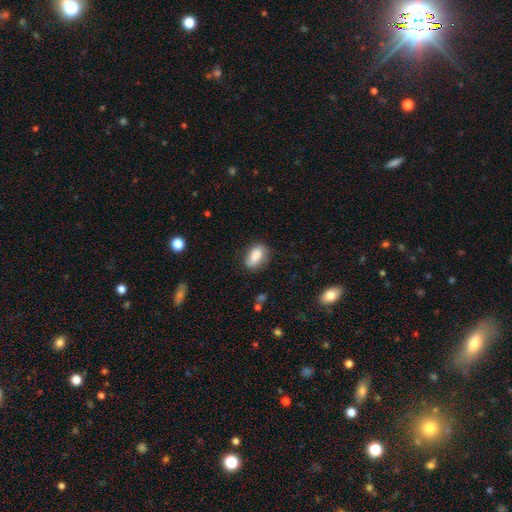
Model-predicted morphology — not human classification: smooth 82%, featured or disk 11%, star or artifact 7%. Down the decision tree: how rounded — in between (88%); merging — none (70%).